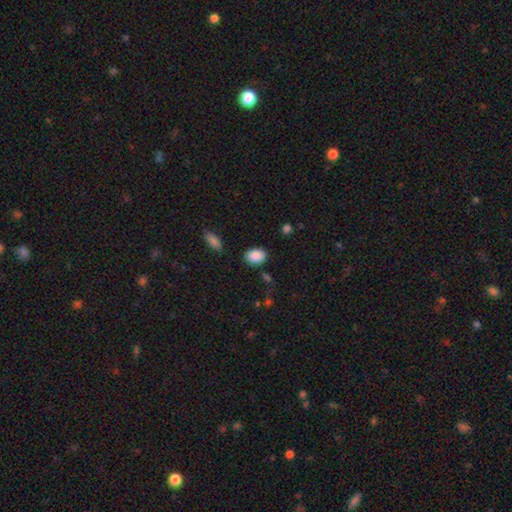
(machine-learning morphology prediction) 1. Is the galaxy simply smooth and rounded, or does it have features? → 89% smooth, 8% star or artifact, 4% featured or disk.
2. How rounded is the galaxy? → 73% in between, 26% round, 1% cigar-shaped.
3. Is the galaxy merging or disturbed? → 83% none, 11% minor disturbance, 3% major disturbance, 3% merger.